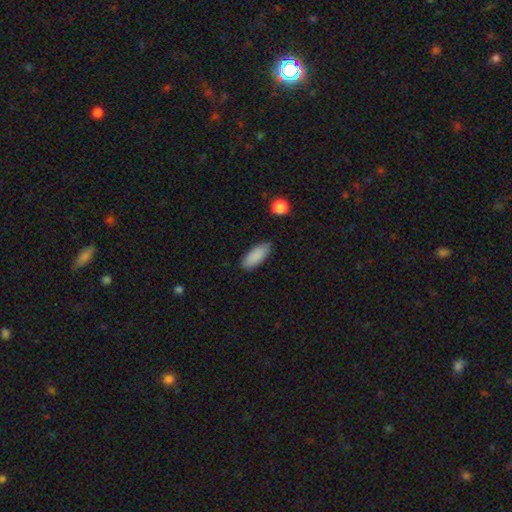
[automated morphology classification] Smooth or featured: smooth — 88% (star or artifact — 7%)
How rounded: in between — 81% (cigar-shaped — 17%)
Merging: none — 83% (minor disturbance — 13%)